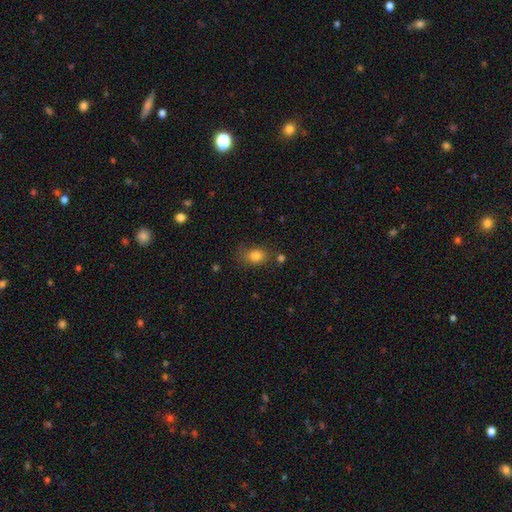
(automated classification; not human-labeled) Smooth or featured?
  - smooth: 82% *
  - star or artifact: 11%
  - featured or disk: 8%
How rounded?
  - in between: 64% *
  - round: 35%
  - cigar-shaped: 1%
Merging?
  - none: 68% *
  - minor disturbance: 20%
  - major disturbance: 6%
  - merger: 6%